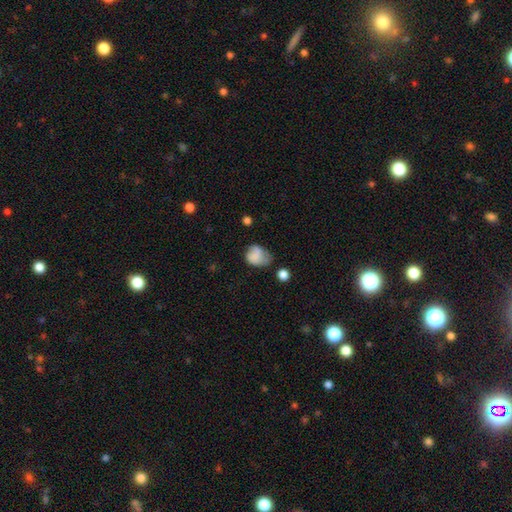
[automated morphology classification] Smooth or featured? Predicted: smooth (p=0.72). How rounded? Predicted: in between (p=0.57). Merging? Predicted: minor disturbance (p=0.38).